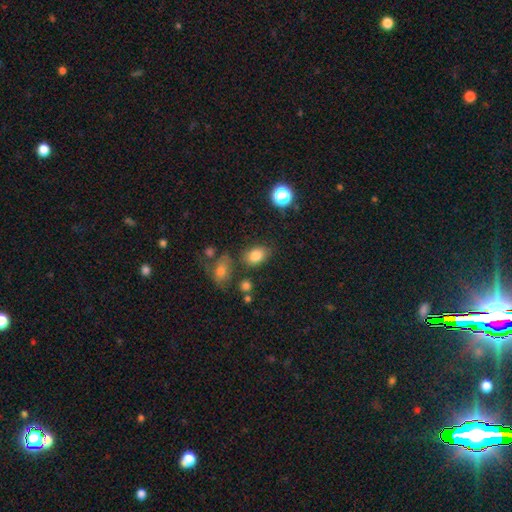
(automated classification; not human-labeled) This appears to be a smooth galaxy with no disk features (82%) that is in between round and cigar-shaped (79%). Merging: none (73%).